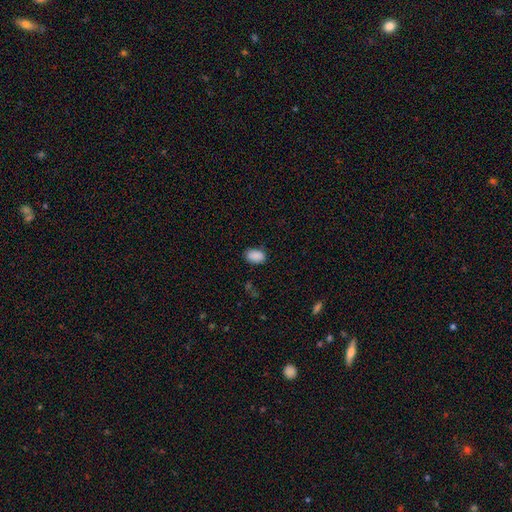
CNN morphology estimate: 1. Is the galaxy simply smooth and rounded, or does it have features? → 89% smooth, 8% star or artifact, 3% featured or disk.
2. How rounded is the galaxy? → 89% in between, 9% round, 1% cigar-shaped.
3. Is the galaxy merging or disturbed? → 82% none, 14% minor disturbance, 3% major disturbance, 1% merger.